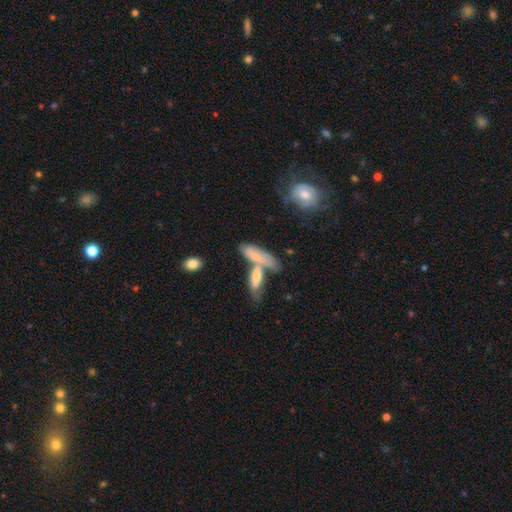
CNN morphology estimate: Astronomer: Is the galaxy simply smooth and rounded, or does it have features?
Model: smooth — 62%.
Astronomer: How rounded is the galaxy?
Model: cigar-shaped — 53% (runner-up: in between, 44%).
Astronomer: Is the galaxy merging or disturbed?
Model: merger — 47% (runner-up: none, 34%).